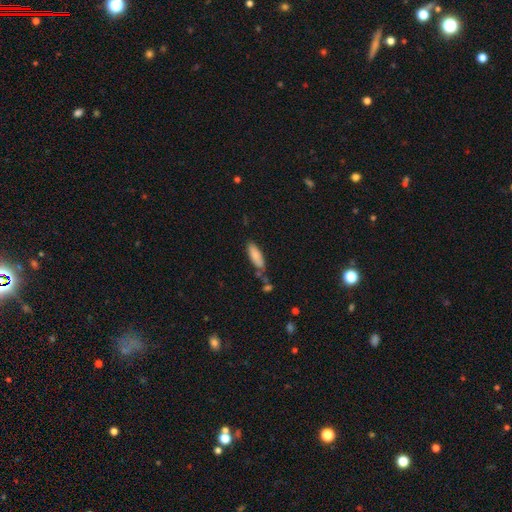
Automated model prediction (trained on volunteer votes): The model was most divided on "how rounded": in between: 58%, cigar-shaped: 40%, round: 2%. More confident: smooth or featured — smooth (83%); merging — none (67%).